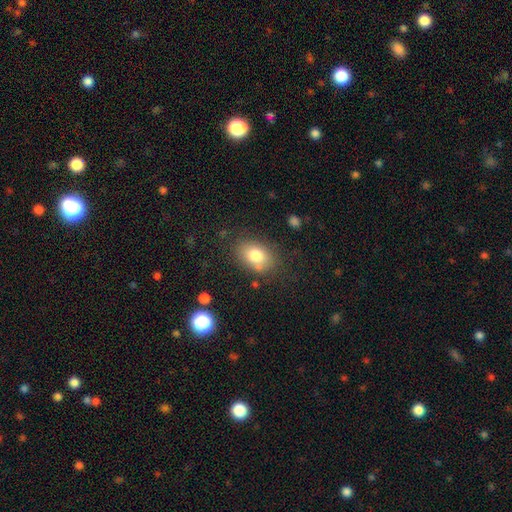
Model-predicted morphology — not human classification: smooth_or_featured: smooth (p=0.79) [alt: featured or disk p=0.12]
how_rounded: in between (p=0.78) [alt: round p=0.21]
merging: none (p=0.75) [alt: minor disturbance p=0.16]